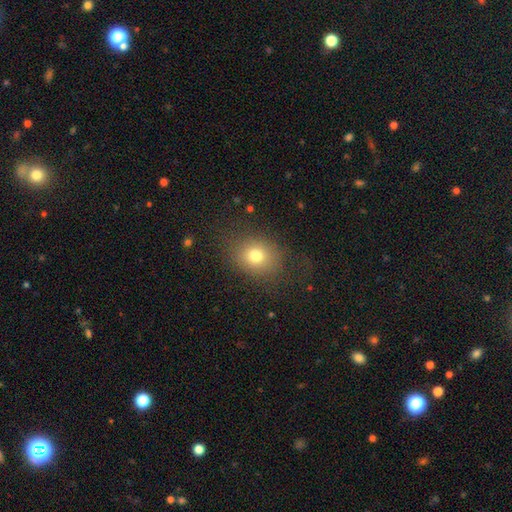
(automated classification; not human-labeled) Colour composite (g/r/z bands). It shows a smooth galaxy with no disk features (76%) that is round (61%). Merging: none (77%).